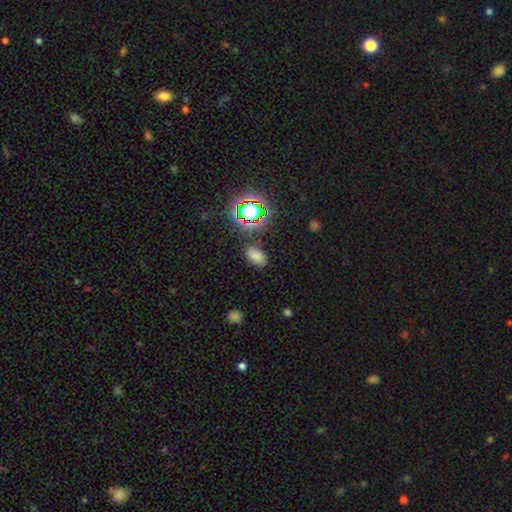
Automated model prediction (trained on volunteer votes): Overall: smooth (72%). How rounded: in between (91%). Merging: none (83%).